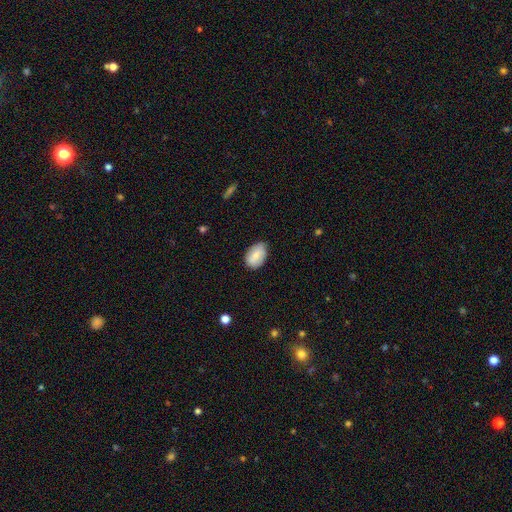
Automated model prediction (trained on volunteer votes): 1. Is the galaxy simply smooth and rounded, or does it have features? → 75% smooth, 18% featured or disk, 7% star or artifact.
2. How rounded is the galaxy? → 90% in between, 9% round, 1% cigar-shaped.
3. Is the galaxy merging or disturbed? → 79% none, 17% minor disturbance, 3% major disturbance, 1% merger.